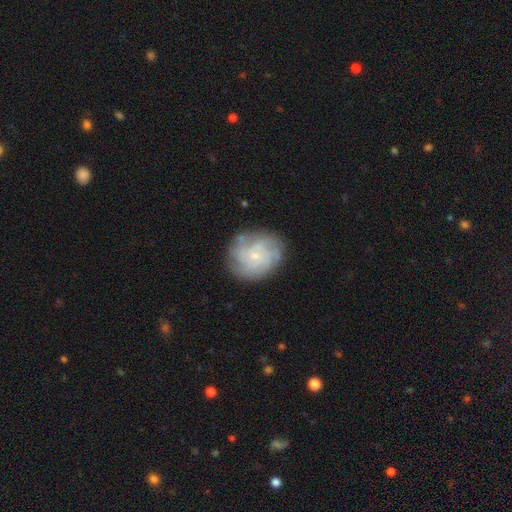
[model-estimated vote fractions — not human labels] Morphology: type=featured or disk (67%); edge-on=no (98%); bar=no (78%); spiral arms=yes (89%); winding=tight (58%); arm count=can't tell (38%); bulge=small (77%); merging=none (78%).